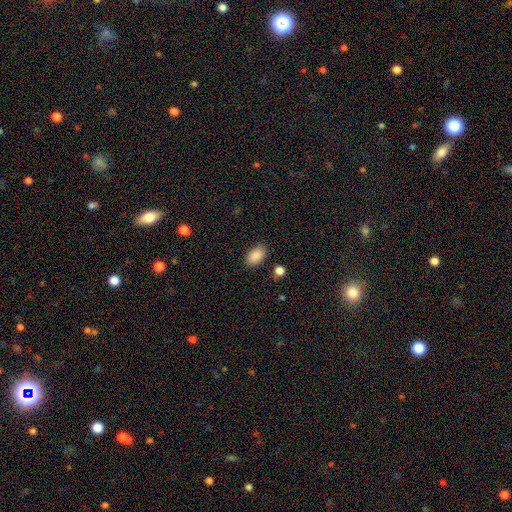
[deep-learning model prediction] A smooth galaxy with no disk features (88%) that is in between round and cigar-shaped (90%). Merging: none (82%).